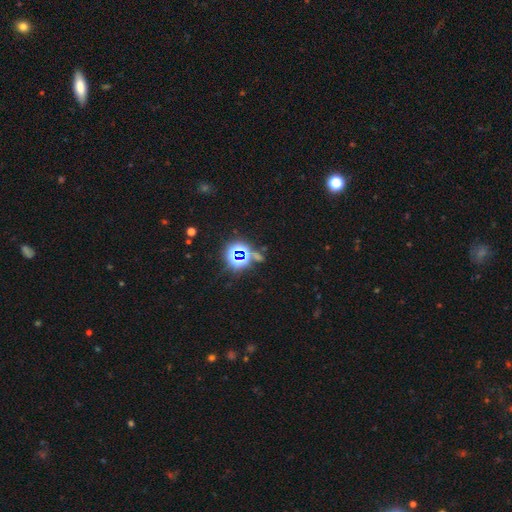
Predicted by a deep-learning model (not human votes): A star or artifact, not a galaxy (77%).